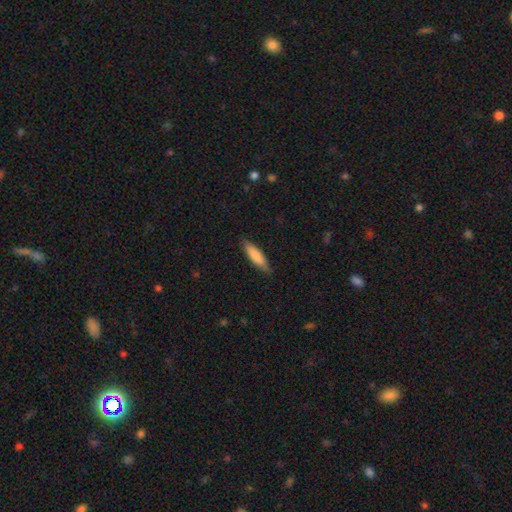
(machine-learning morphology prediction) The model was most divided on "how rounded": cigar-shaped: 71%, in between: 27%, round: 1%. More confident: merging — none (85%); smooth or featured — smooth (80%).